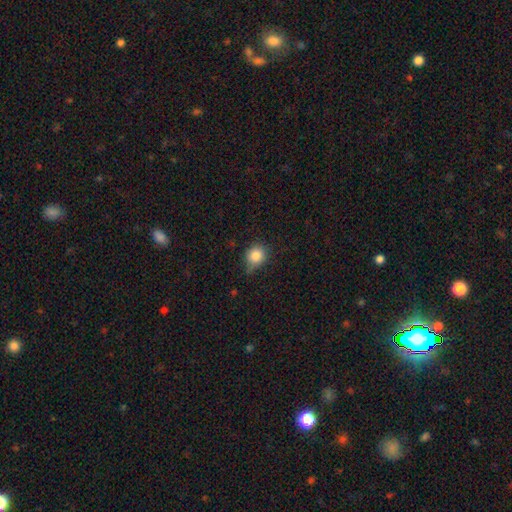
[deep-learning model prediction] Overall: smooth (83%). How rounded: round (78%). Merging: none (58%; minor disturbance 34%).